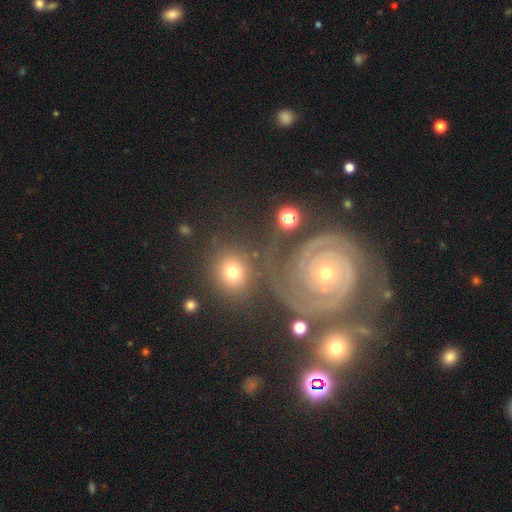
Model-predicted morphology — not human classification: Q: Smooth or featured?
A: featured or disk (73%); runner-up: smooth (14%)
Q: Edge-on disk?
A: no (96%); runner-up: yes (4%)
Q: Bar?
A: no (74%); runner-up: weak (18%)
Q: Spiral arms?
A: yes (94%); runner-up: no (6%)
Q: Spiral winding?
A: tight (75%); runner-up: medium (21%)
Q: Spiral arm count?
A: 2 (57%); runner-up: 3 (16%)
Q: Bulge size?
A: small (61%); runner-up: moderate (34%)
Q: Merging?
A: none (68%); runner-up: minor disturbance (14%)